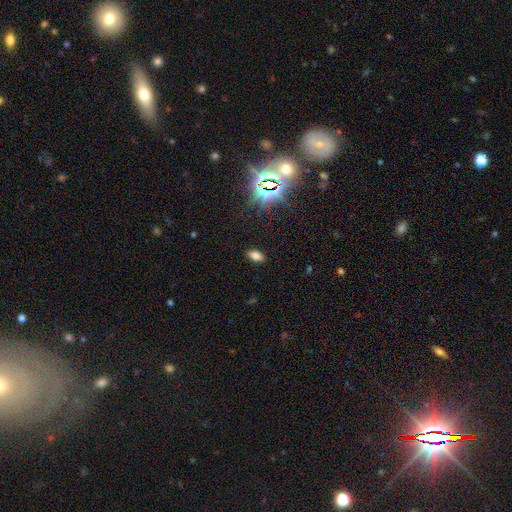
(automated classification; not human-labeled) This is likely a smooth galaxy (71%). How rounded: clearly in between (89%). Merging: clearly none (88%).